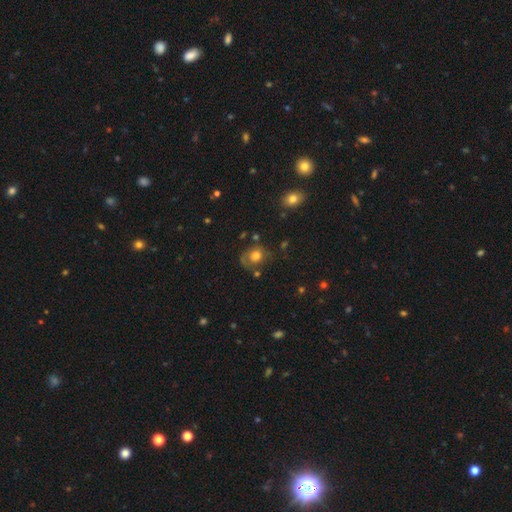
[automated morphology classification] smooth-or-featured: smooth: 64% | featured or disk: 24% | star or artifact: 12%
  how-rounded: round: 66% | in between: 33% | cigar-shaped: 1%
  merging: none: 55% | minor disturbance: 23% | major disturbance: 16% | merger: 5%